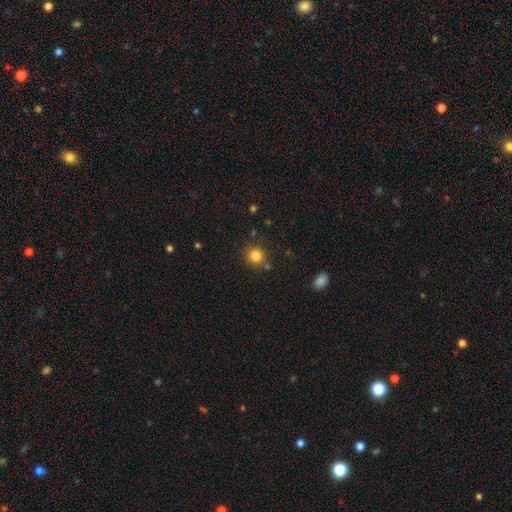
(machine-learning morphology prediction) A smooth galaxy with no disk features (82%) that is round (92%).

Vote fractions:
- Smooth or featured? smooth: 82% / star or artifact: 12% / featured or disk: 6%
- How rounded? round: 92% / in between: 7% / cigar-shaped: 1%
- Merging? none: 82% / minor disturbance: 9% / merger: 6% / major disturbance: 3%